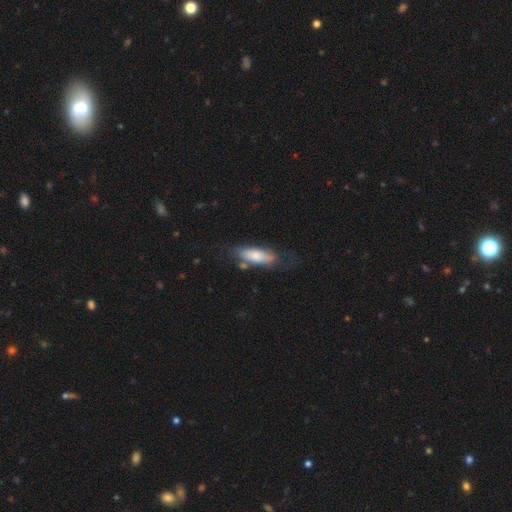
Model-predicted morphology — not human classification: This appears to be a smooth galaxy with no disk features (73%) that is in between round and cigar-shaped (61%). Merging: none (53%).